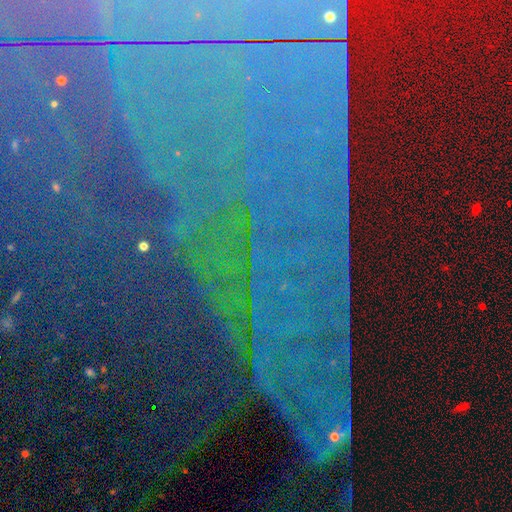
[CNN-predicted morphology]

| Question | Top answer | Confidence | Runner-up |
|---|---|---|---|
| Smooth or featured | star or artifact | 86% | featured or disk (7%) |